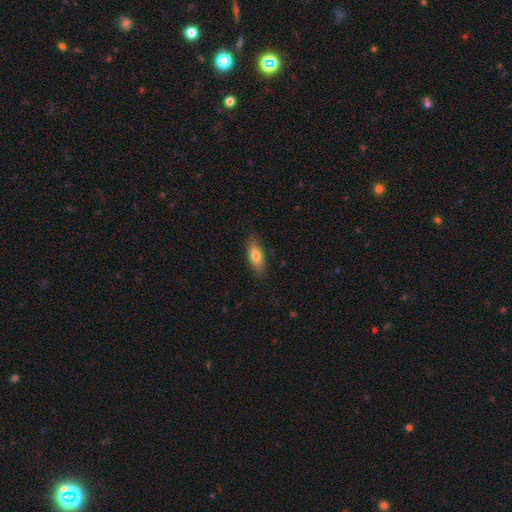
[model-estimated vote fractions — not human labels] Q: Smooth or featured?
A: smooth (77%); runner-up: featured or disk (16%)
Q: How rounded?
A: in between (73%); runner-up: cigar-shaped (23%)
Q: Merging?
A: none (85%); runner-up: minor disturbance (12%)